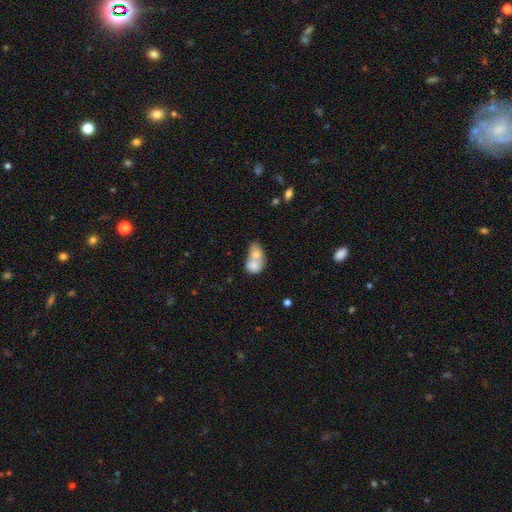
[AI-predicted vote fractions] Q: Smooth or featured?
A: smooth (67%); runner-up: featured or disk (24%)
Q: How rounded?
A: in between (61%); runner-up: round (37%)
Q: Merging?
A: merger (75%); runner-up: none (16%)